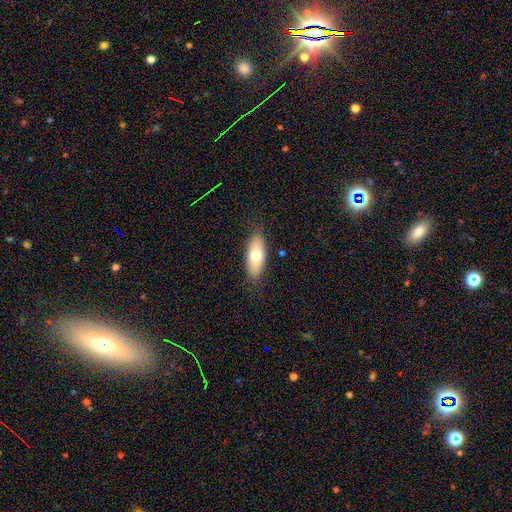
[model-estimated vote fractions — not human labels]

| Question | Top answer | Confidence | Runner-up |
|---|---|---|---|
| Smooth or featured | smooth | 71% | featured or disk (22%) |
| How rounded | in between | 81% | cigar-shaped (17%) |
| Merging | none | 84% | minor disturbance (12%) |